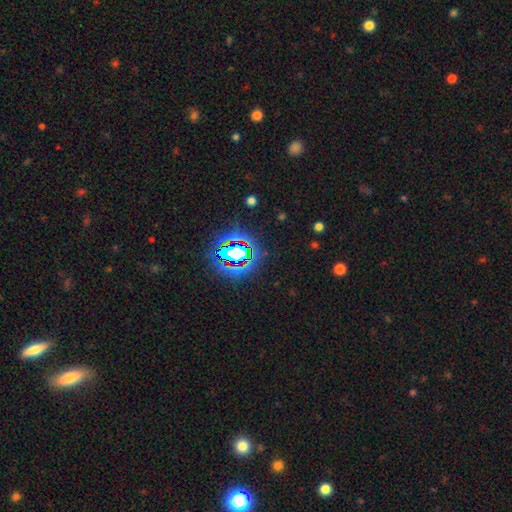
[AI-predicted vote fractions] Morphology: type=star or artifact (77%).